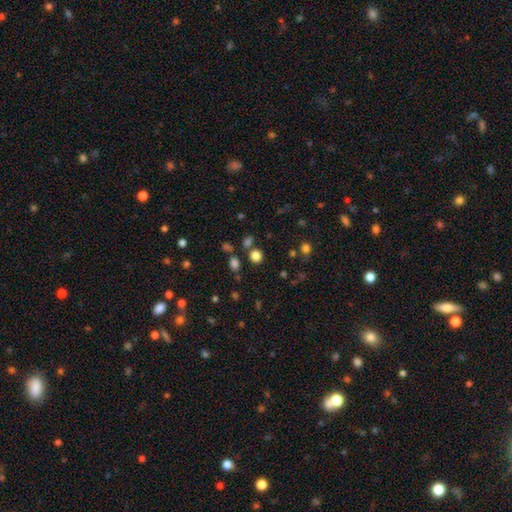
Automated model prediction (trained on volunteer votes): Smooth or featured?
  - smooth: 79% *
  - star or artifact: 16%
  - featured or disk: 5%
How rounded?
  - round: 80% *
  - in between: 19%
  - cigar-shaped: 1%
Merging?
  - none: 77% *
  - merger: 11%
  - minor disturbance: 8%
  - major disturbance: 3%